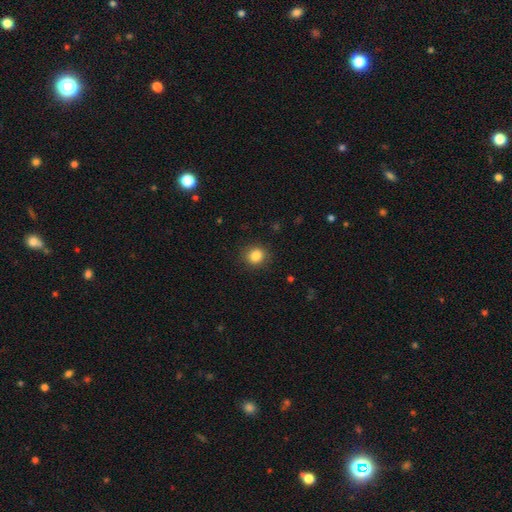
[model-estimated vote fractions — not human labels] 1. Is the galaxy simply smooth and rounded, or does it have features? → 85% smooth, 10% star or artifact, 4% featured or disk.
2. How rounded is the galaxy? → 81% round, 18% in between, 1% cigar-shaped.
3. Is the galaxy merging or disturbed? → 88% none, 8% minor disturbance, 3% major disturbance, 1% merger.